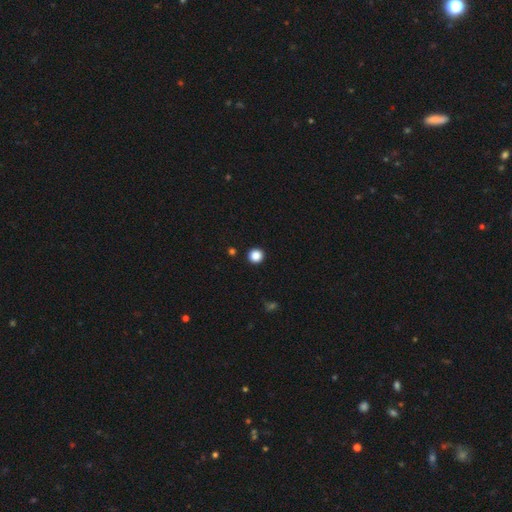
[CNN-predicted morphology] Smooth or featured? Predicted: smooth (p=0.86). How rounded? Predicted: round (p=0.96). Merging? Predicted: none (p=0.93).